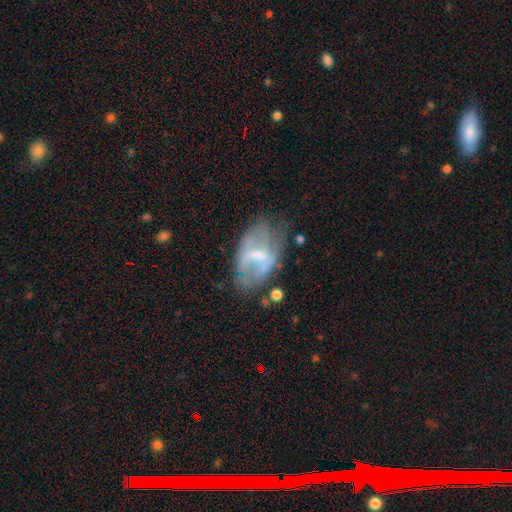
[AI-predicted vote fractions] smooth-or-featured: featured or disk: 63% | smooth: 29% | star or artifact: 8%
  disk-edge-on: no: 95% | yes: 5%
    bar: weak: 48% | no: 34% | strong: 18%
    has-spiral-arms: yes: 53% | no: 47%
    bulge-size: small: 36% (tied) | moderate: 36% (tied) | none: 23% | large: 4% | dominant: 1%
  merging: none: 46% | minor disturbance: 27% | major disturbance: 22% | merger: 5%